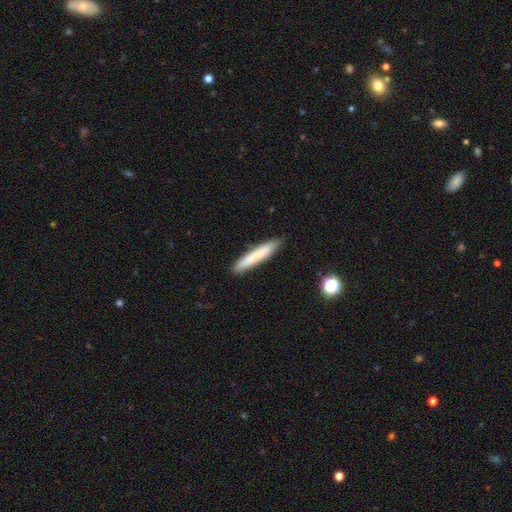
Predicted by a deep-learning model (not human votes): Smooth or featured: smooth — 79% (featured or disk — 15%)
How rounded: cigar-shaped — 93% (in between — 5%)
Merging: none — 89% (minor disturbance — 8%)